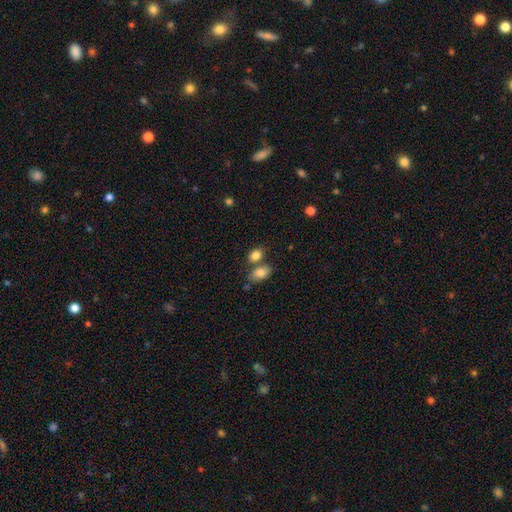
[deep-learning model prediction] Smooth or featured? smooth (84%)
How rounded? in between (76%)
Merging? none (51%)